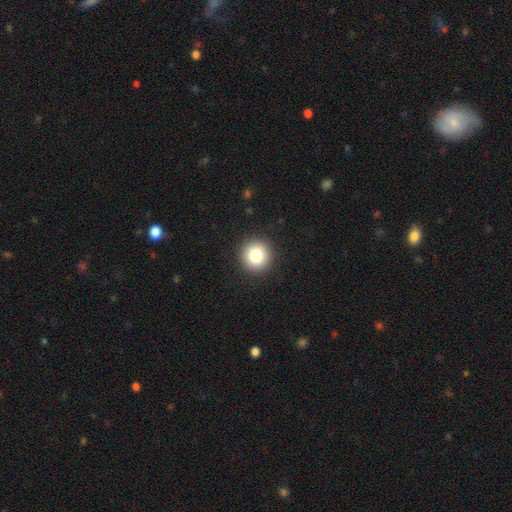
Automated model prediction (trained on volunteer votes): smooth-or-featured: smooth: 83% | star or artifact: 10% | featured or disk: 8%
  how-rounded: round: 93% | in between: 6% | cigar-shaped: 1%
  merging: none: 92% | minor disturbance: 5% | major disturbance: 2% | merger: 1%